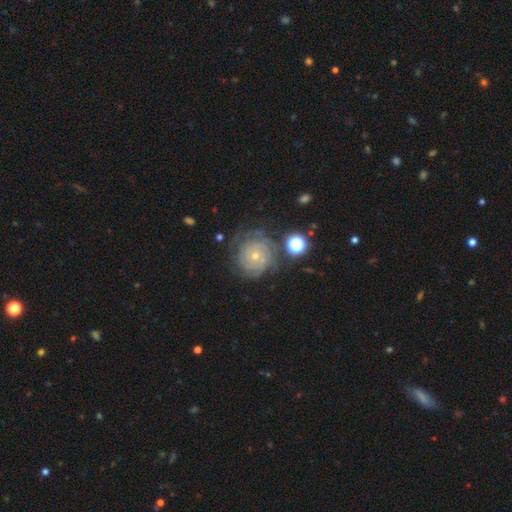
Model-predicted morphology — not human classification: Q: Smooth or featured?
A: featured or disk (80%); runner-up: smooth (11%)
Q: Edge-on disk?
A: no (98%); runner-up: yes (2%)
Q: Bar?
A: no (82%); runner-up: weak (14%)
Q: Spiral arms?
A: yes (95%); runner-up: no (5%)
Q: Spiral winding?
A: tight (82%); runner-up: medium (15%)
Q: Spiral arm count?
A: can't tell (39%); runner-up: 3 (17%)
Q: Bulge size?
A: small (68%); runner-up: moderate (28%)
Q: Merging?
A: none (69%); runner-up: minor disturbance (18%)